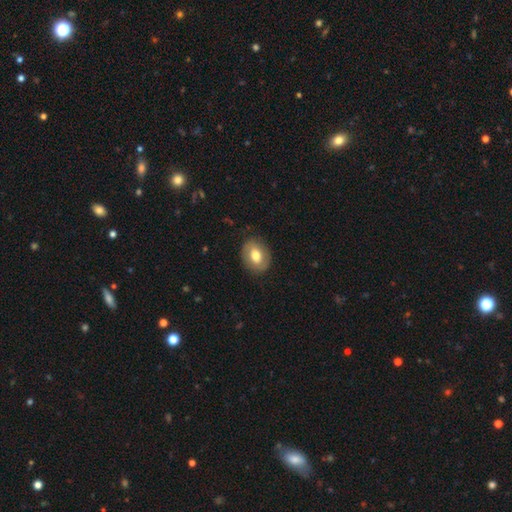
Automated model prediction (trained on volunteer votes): smooth-or-featured: smooth: 63% | featured or disk: 30% | star or artifact: 7%
  how-rounded: in between: 63% | round: 36% | cigar-shaped: 1%
  merging: none: 84% | minor disturbance: 12% | major disturbance: 4% | merger: 1%